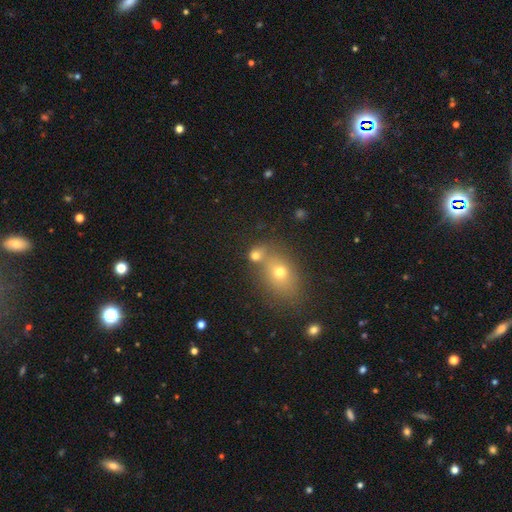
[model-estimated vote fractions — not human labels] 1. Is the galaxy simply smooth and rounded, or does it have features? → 70% smooth, 17% star or artifact, 14% featured or disk.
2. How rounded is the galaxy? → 54% round, 44% in between, 2% cigar-shaped.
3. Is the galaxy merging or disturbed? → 45% none, 41% merger, 10% minor disturbance, 5% major disturbance.